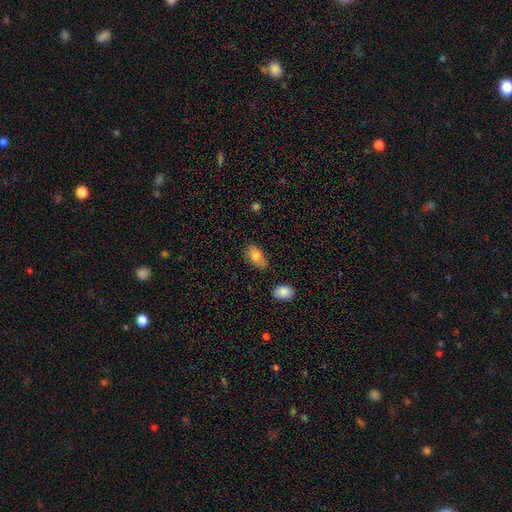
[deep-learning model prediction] Overall: smooth (81%). How rounded: in between (92%). Merging: none (69%).